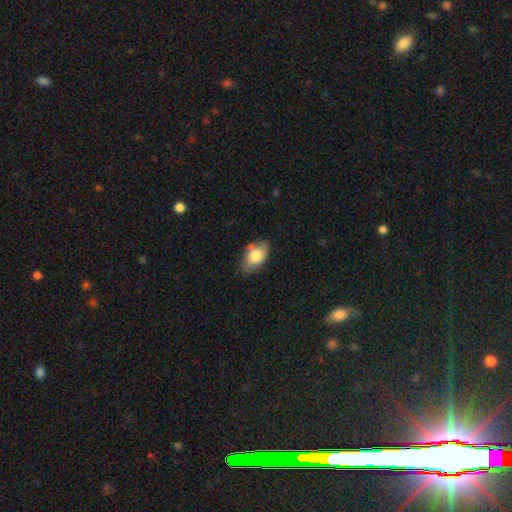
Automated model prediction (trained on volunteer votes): Smooth or featured: smooth — 79% (featured or disk — 14%)
How rounded: in between — 92% (round — 7%)
Merging: none — 73% (minor disturbance — 20%)